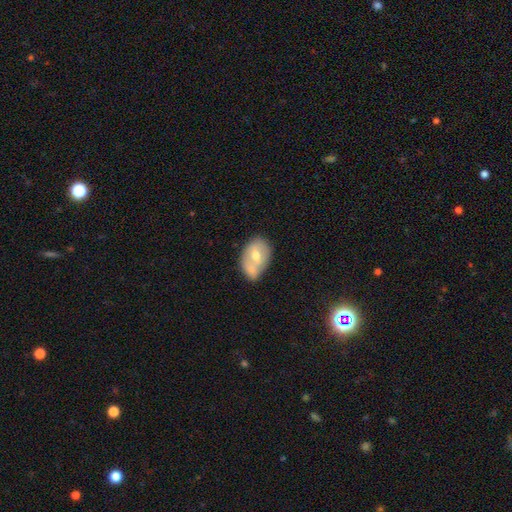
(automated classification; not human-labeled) A smooth galaxy with no disk features (56%) that is in between round and cigar-shaped (76%). Merging: merger (37%).